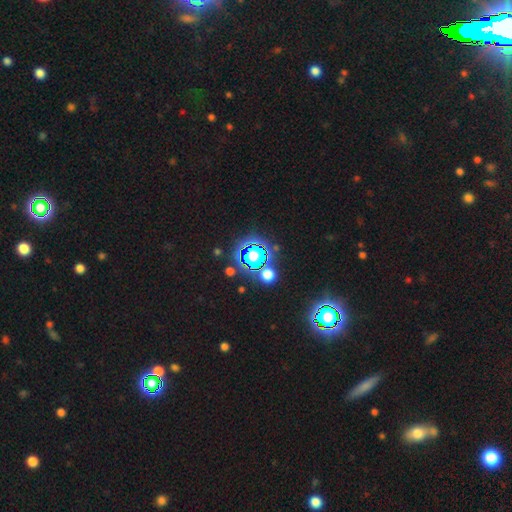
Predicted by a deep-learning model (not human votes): Overall: star or artifact (80%).